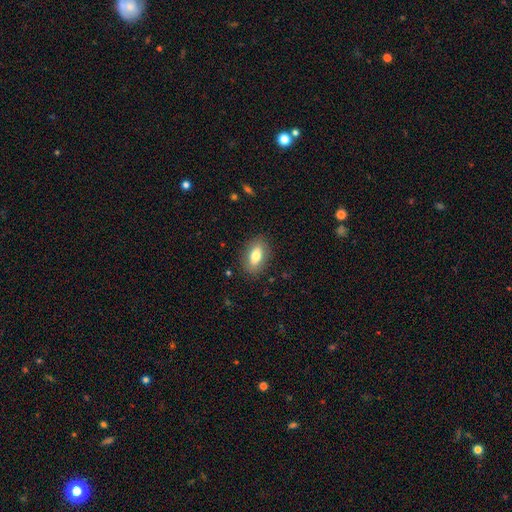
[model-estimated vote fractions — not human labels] The model was most divided on "smooth or featured": smooth: 74%, featured or disk: 19%, star or artifact: 7%. More confident: how rounded — in between (86%); merging — none (85%).